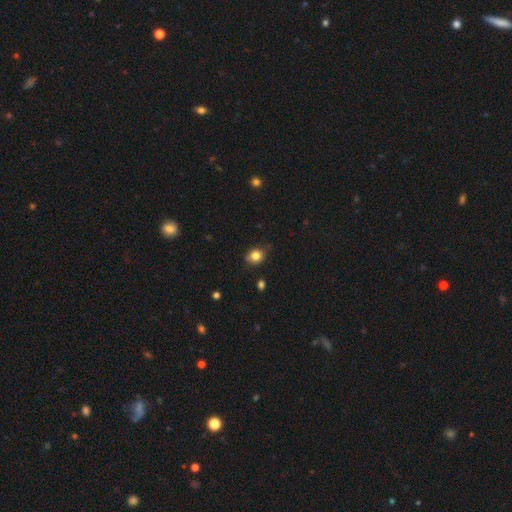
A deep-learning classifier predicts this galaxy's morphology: Smooth or featured: smooth — 82% (star or artifact — 10%)
How rounded: round — 62% (in between — 37%)
Merging: none — 71% (minor disturbance — 23%)